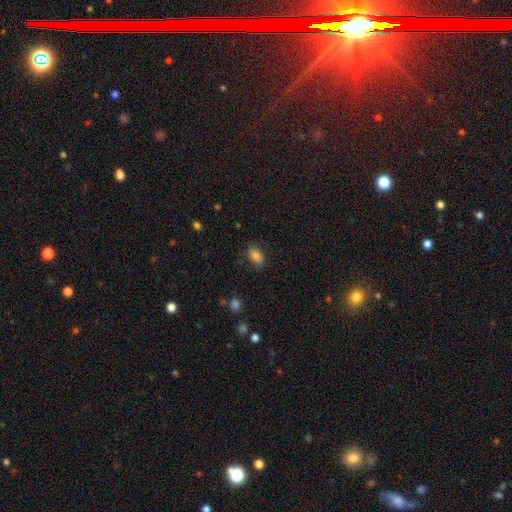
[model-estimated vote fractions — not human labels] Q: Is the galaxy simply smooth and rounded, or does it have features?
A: smooth — 80%.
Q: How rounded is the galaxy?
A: in between — 89%.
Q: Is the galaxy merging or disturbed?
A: none — 75%.